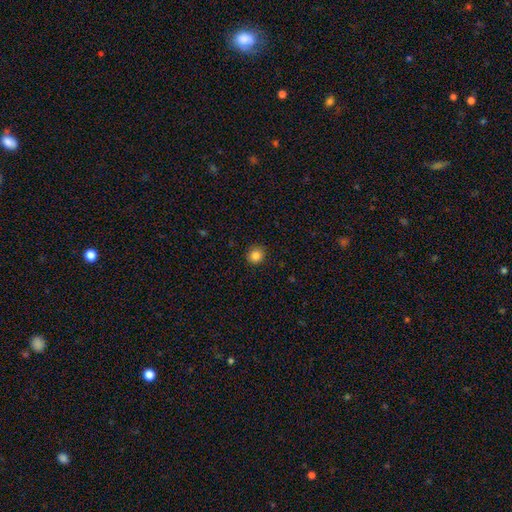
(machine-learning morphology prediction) This is clearly a smooth galaxy (85%). How rounded: clearly round (91%). Merging: clearly none (90%).